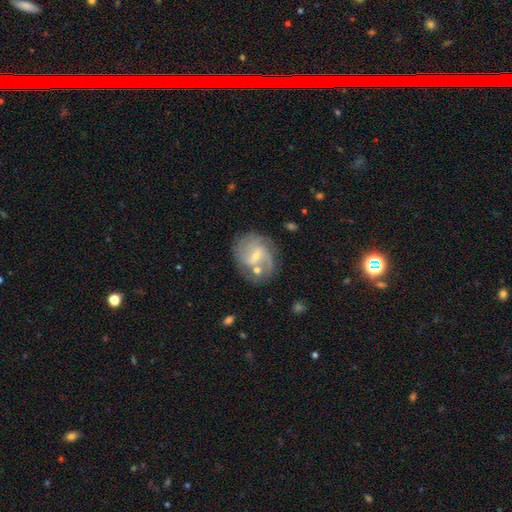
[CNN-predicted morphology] smooth_or_featured: featured or disk (p=0.73) [alt: smooth p=0.20]
disk_edge_on: no (p=0.97) [alt: yes p=0.03]
bar: weak (p=0.58) [alt: no p=0.22]
has_spiral_arms: yes (p=0.88) [alt: no p=0.12]
spiral_winding: medium (p=0.46) [alt: loose p=0.27]
spiral_arm_count: 2 (p=0.46) [alt: can't tell p=0.23]
bulge_size: small (p=0.62) [alt: moderate p=0.32]
merging: none (p=0.58) [alt: minor disturbance p=0.17]